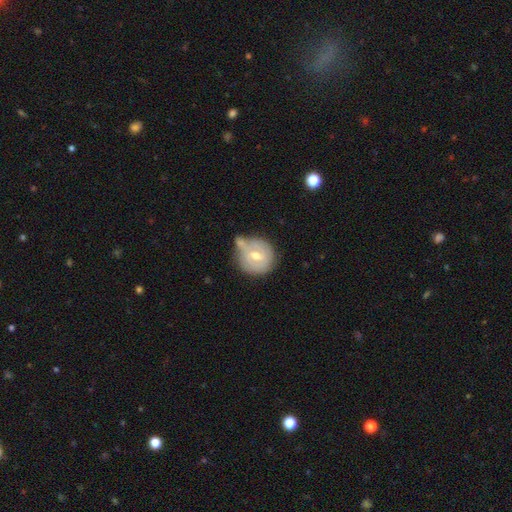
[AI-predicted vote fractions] Smooth or featured? Predicted: smooth (p=0.47). Merging? Predicted: none (p=0.52).